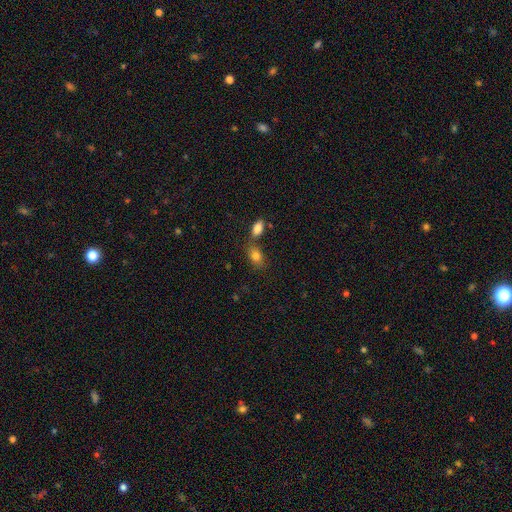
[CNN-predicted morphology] Smooth or featured: smooth — 83% (star or artifact — 9%)
How rounded: in between — 82% (round — 15%)
Merging: none — 58% (merger — 25%)